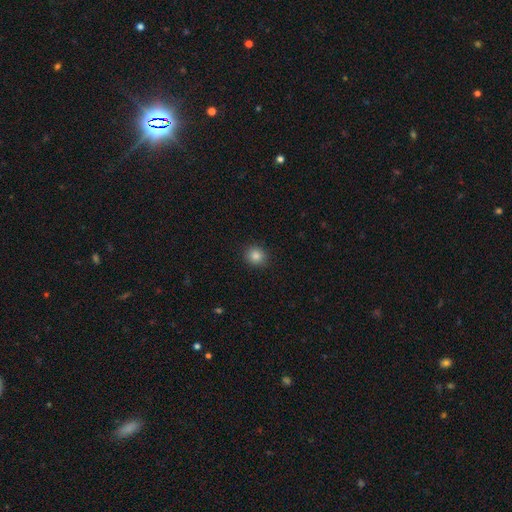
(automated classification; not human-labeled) A smooth galaxy with no disk features (85%) that is round (83%). Merging: none (90%).